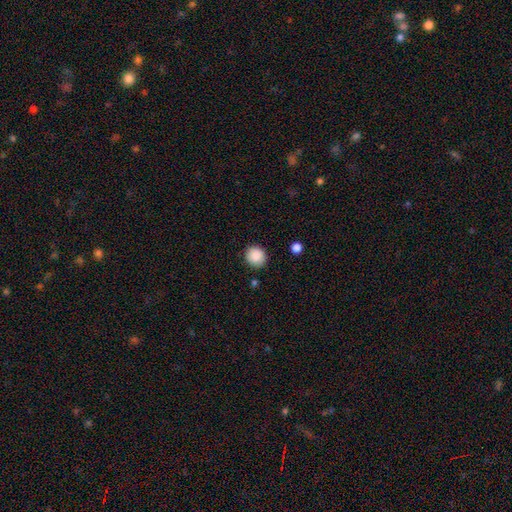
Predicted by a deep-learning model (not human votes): smooth-or-featured: smooth: 89% | star or artifact: 8% | featured or disk: 3%
  how-rounded: round: 85% | in between: 14% | cigar-shaped: 1%
  merging: none: 88% | minor disturbance: 8% | major disturbance: 2% | merger: 2%